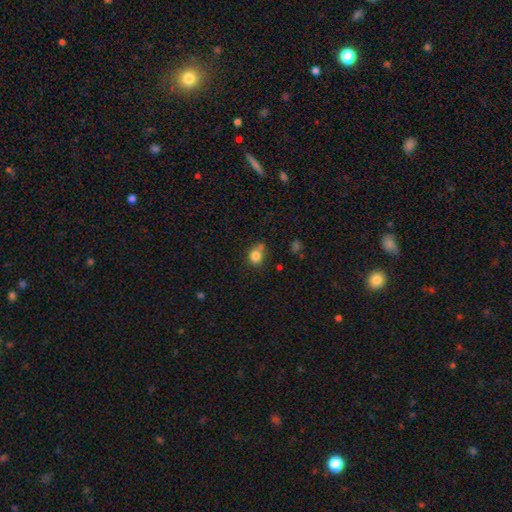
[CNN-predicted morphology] smooth 81%, star or artifact 11%, featured or disk 8%. Down the decision tree: how rounded — round (63%); merging — none (52%).